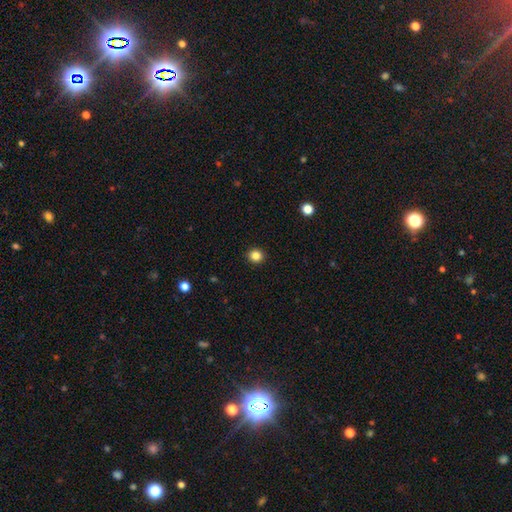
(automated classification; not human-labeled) The model was most divided on "smooth or featured": smooth: 84%, star or artifact: 12%, featured or disk: 4%. More confident: merging — none (92%); how rounded — round (88%).